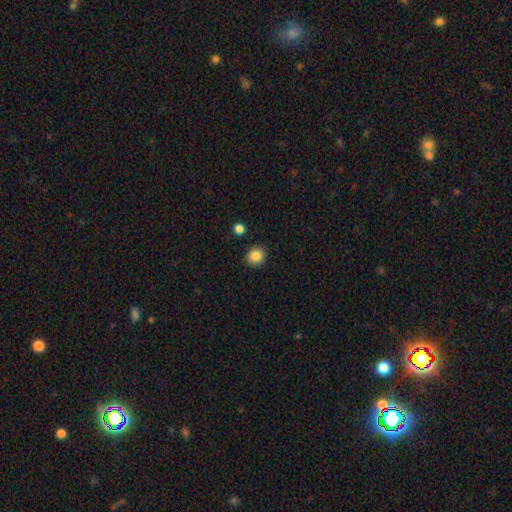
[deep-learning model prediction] This appears to be a smooth galaxy with no disk features (86%) that is round (79%). Merging: none (90%).